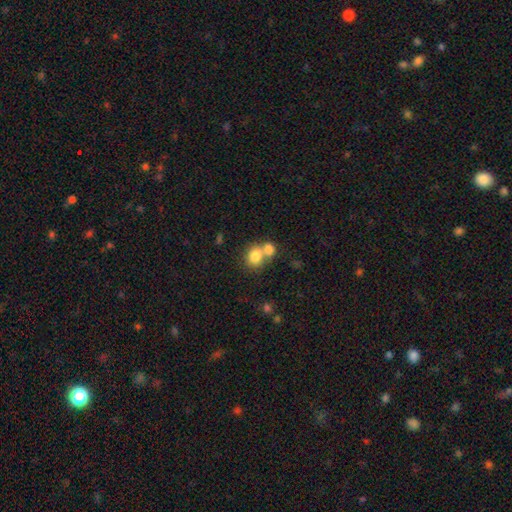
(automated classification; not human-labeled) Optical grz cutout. It shows a smooth galaxy with no disk features (78%) that is round (68%). Merging: merger (54%).